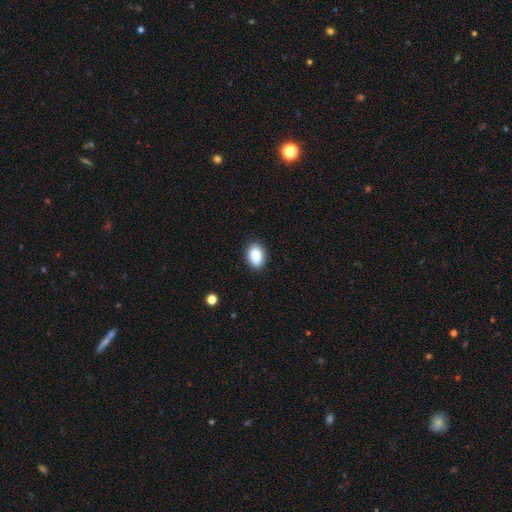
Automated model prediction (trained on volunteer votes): smooth-or-featured: smooth: 89% | star or artifact: 7% | featured or disk: 3%
  how-rounded: in between: 84% | round: 15% | cigar-shaped: 1%
  merging: none: 87% | minor disturbance: 10% | major disturbance: 2% | merger: 1%